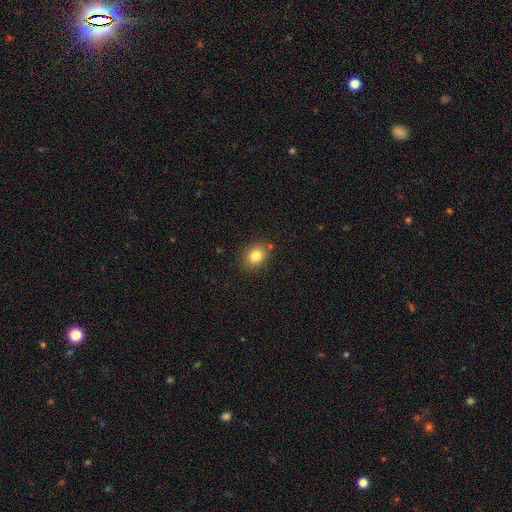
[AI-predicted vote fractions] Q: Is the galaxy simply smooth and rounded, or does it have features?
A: smooth — 82%.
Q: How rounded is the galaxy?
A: round — 50%.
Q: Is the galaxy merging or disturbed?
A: none — 84%.